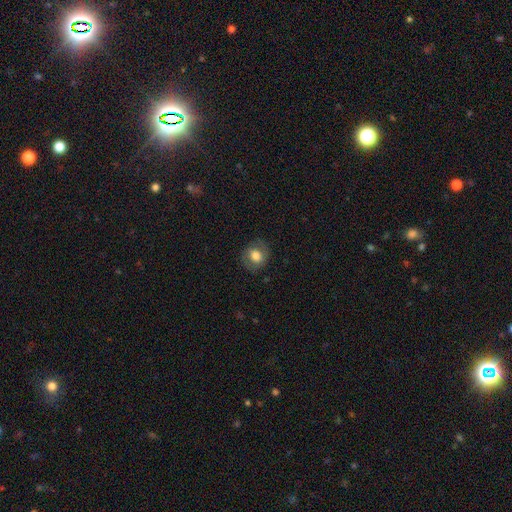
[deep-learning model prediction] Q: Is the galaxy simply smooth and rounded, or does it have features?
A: smooth — 69%.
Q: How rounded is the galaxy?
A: round — 68%.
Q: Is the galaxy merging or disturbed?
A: none — 80%.